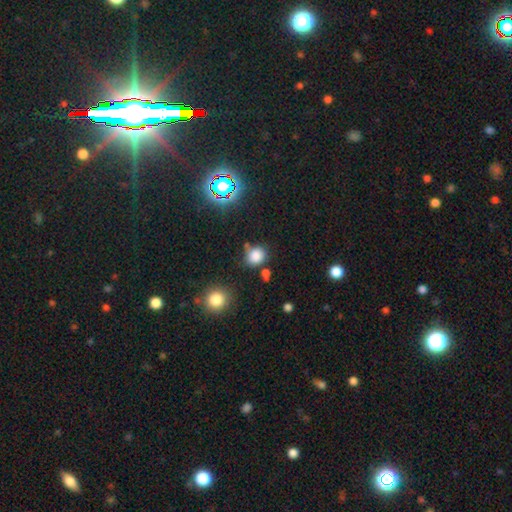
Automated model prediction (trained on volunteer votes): Overall: smooth (79%). How rounded: round (71%). Merging: none (71%).